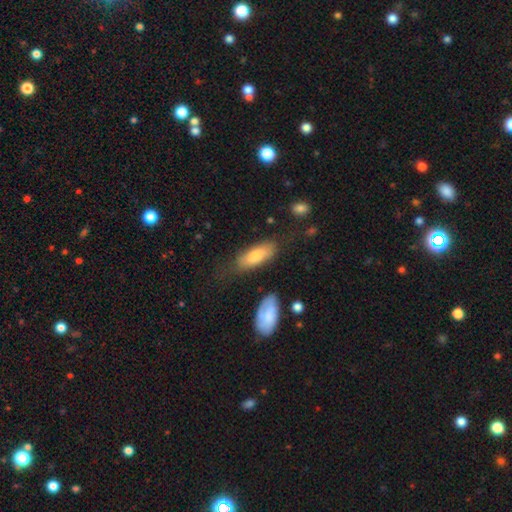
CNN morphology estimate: The model was most divided on "merging": none: 62%, minor disturbance: 23%, major disturbance: 10%, merger: 6%. More confident: smooth or featured — smooth (75%); how rounded — in between (72%).